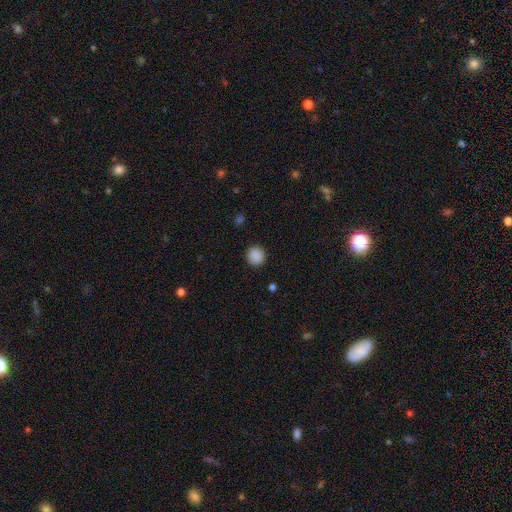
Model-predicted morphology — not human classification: A smooth galaxy with no disk features (89%) that is round (90%).

Vote fractions:
- Smooth or featured? smooth: 89% / star or artifact: 9% / featured or disk: 2%
- How rounded? round: 90% / in between: 9% / cigar-shaped: 1%
- Merging? none: 91% / minor disturbance: 6% / major disturbance: 2% / merger: 1%